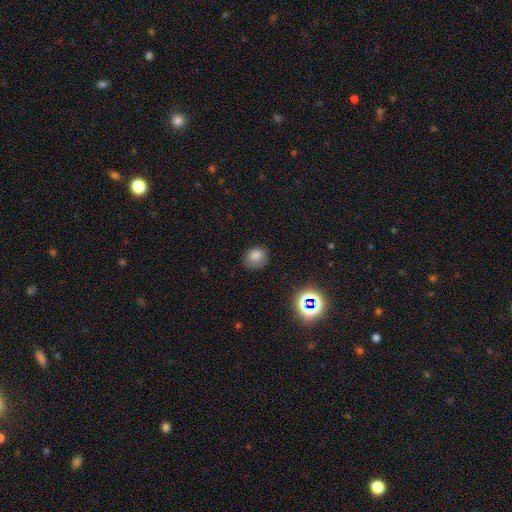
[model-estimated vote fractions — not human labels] smooth-or-featured: smooth: 78% | star or artifact: 15% | featured or disk: 7%
  how-rounded: round: 68% | in between: 31% | cigar-shaped: 1%
  merging: none: 71% | minor disturbance: 21% | major disturbance: 6% | merger: 1%